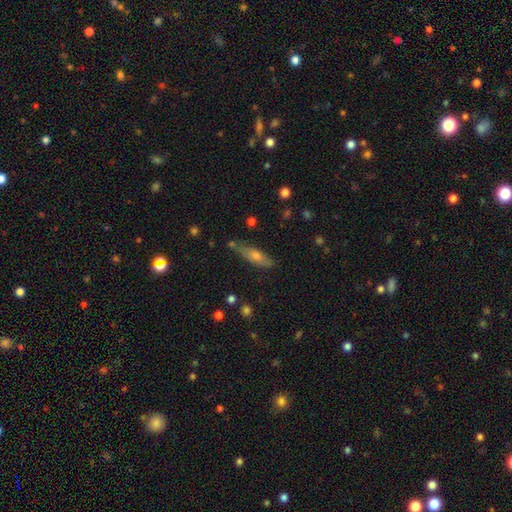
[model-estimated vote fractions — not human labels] smooth-or-featured: smooth: 54% | featured or disk: 37% | star or artifact: 10%
  how-rounded: cigar-shaped: 62% | in between: 35% | round: 3%
  merging: none: 72% | minor disturbance: 19% | major disturbance: 4% | merger: 4%